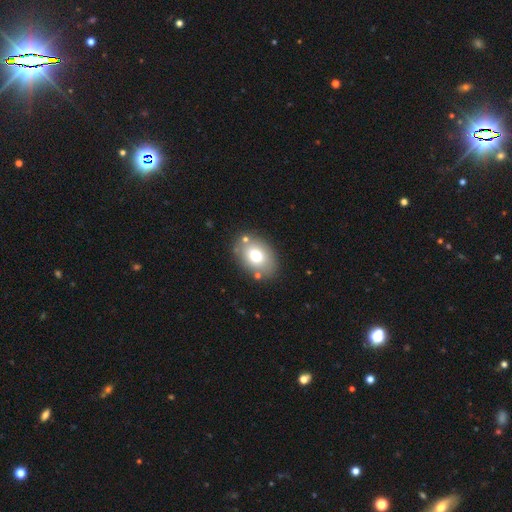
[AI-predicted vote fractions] Morphology: type=smooth (73%); roundness=in between (75%); merging=none (79%).